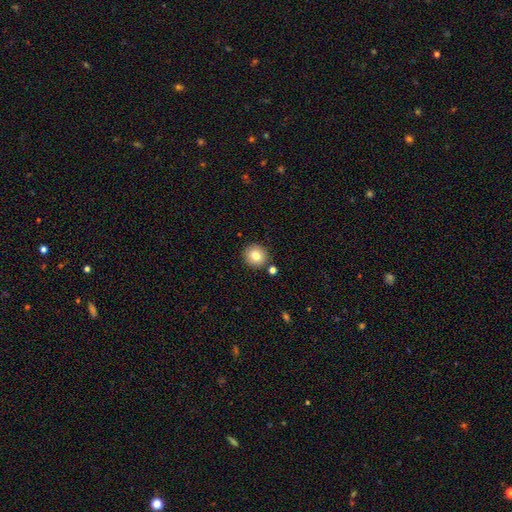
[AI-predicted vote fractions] The model was most divided on "smooth or featured": smooth: 79%, star or artifact: 10%, featured or disk: 10%. More confident: how rounded — round (93%); merging — none (86%).